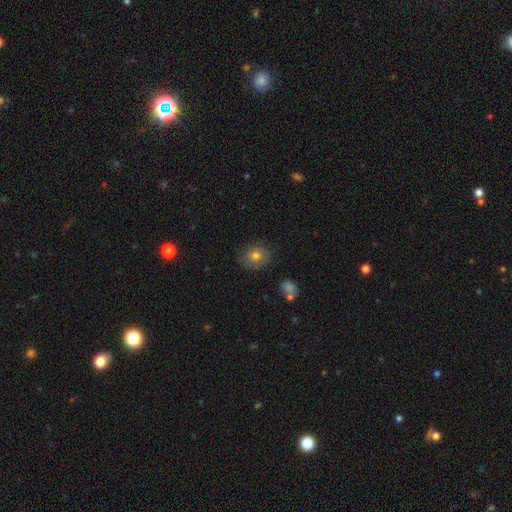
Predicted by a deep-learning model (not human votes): This appears to be a smooth galaxy with no disk features (75%) that is round (70%). Merging: none (79%).